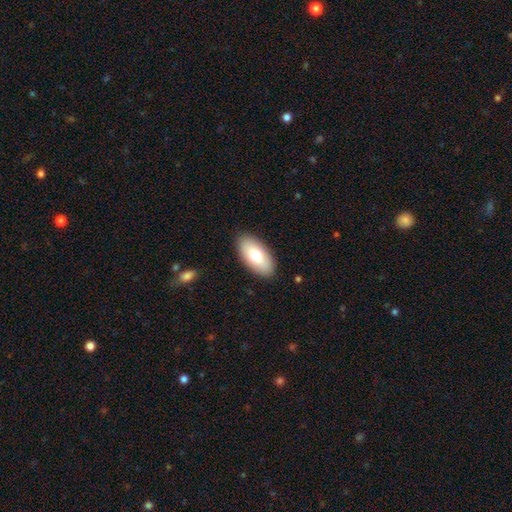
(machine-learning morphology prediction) The model was most divided on "smooth or featured": smooth: 75%, featured or disk: 19%, star or artifact: 6%. More confident: how rounded — in between (93%); merging — none (89%).